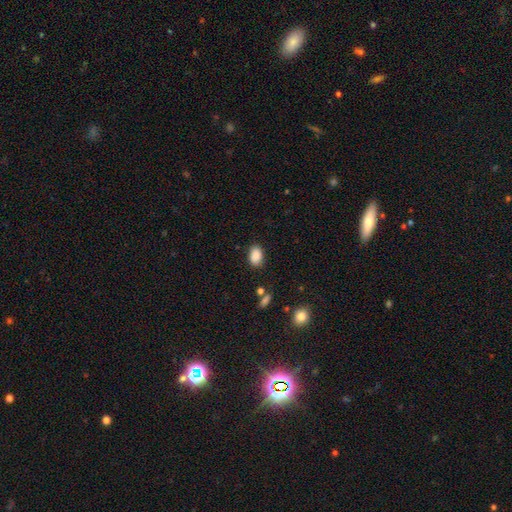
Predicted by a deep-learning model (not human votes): smooth-or-featured: smooth: 88% | star or artifact: 8% | featured or disk: 4%
  how-rounded: in between: 85% | round: 13% | cigar-shaped: 1%
  merging: none: 82% | minor disturbance: 13% | major disturbance: 3% | merger: 2%